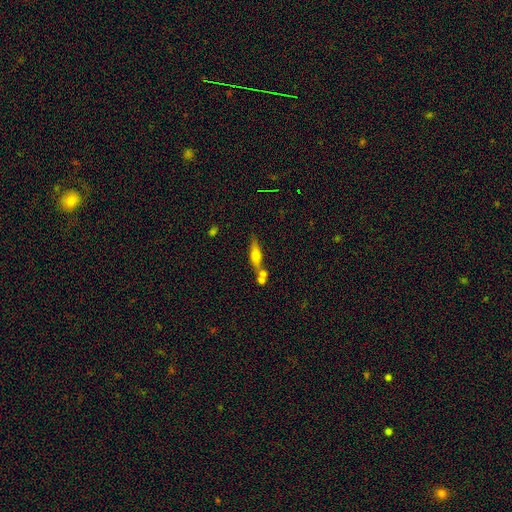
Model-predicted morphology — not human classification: Smooth or featured: smooth — 47% (featured or disk — 44%)
Merging: none — 55% (merger — 26%)